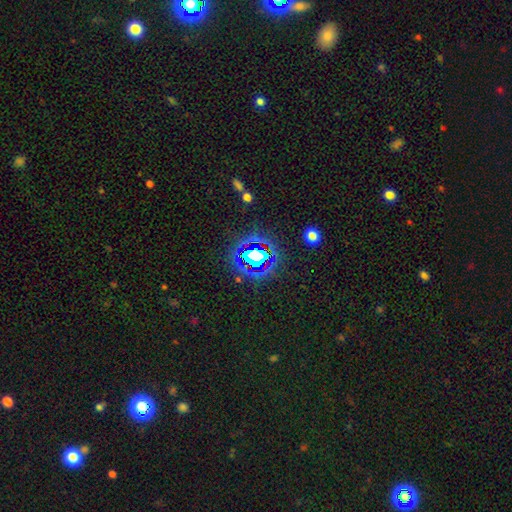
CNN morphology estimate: smooth-or-featured: star or artifact: 72% | smooth: 16% | featured or disk: 12%